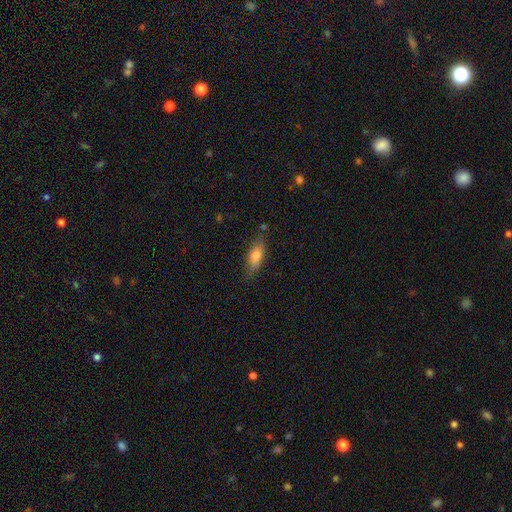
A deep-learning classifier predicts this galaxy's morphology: type=smooth (72%); roundness=in between (63%); merging=none (75%).